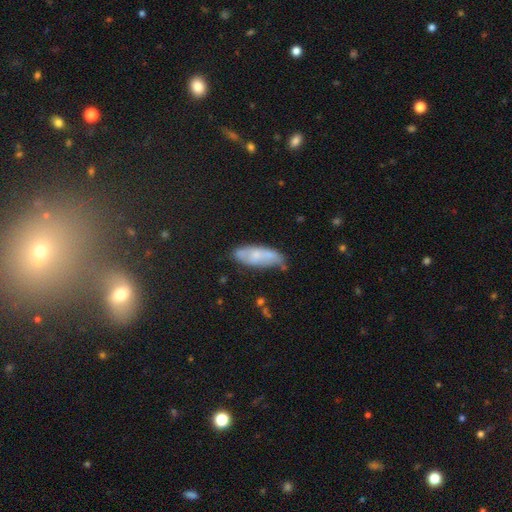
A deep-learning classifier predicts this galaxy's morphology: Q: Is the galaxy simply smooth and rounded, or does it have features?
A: smooth — 60%.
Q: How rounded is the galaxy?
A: in between — 68%.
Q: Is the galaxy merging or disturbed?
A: none — 52%.